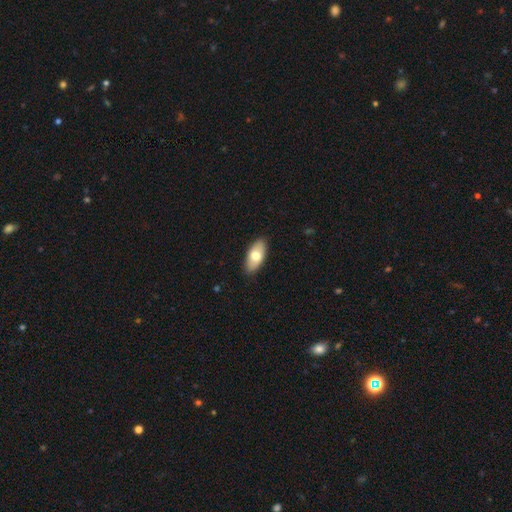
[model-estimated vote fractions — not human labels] Morphology: type=smooth (74%); roundness=in between (91%); merging=none (89%).